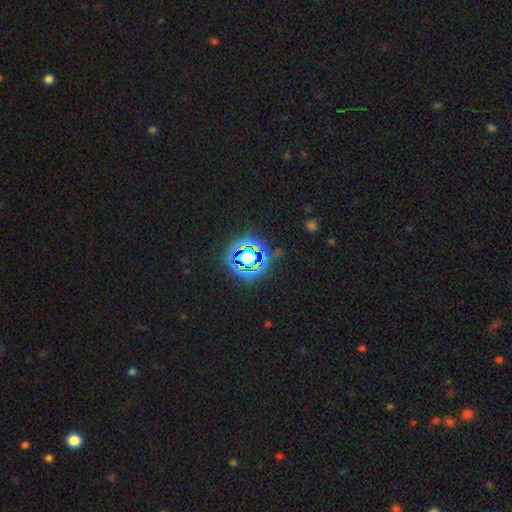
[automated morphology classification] Q: Smooth or featured?
A: star or artifact (79%); runner-up: smooth (14%)